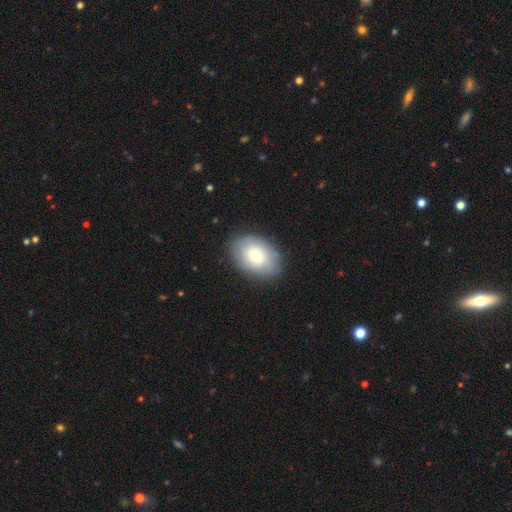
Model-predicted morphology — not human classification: Smooth or featured?
  - smooth: 70% *
  - featured or disk: 23%
  - star or artifact: 7%
How rounded?
  - in between: 82% *
  - round: 17%
  - cigar-shaped: 1%
Merging?
  - none: 82% *
  - minor disturbance: 13%
  - major disturbance: 3%
  - merger: 1%